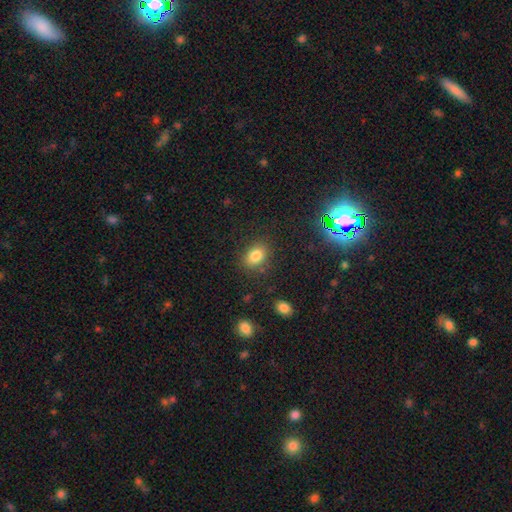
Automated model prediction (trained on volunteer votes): smooth 81%, star or artifact 12%, featured or disk 8%. Down the decision tree: how rounded — in between (63%); merging — none (81%).